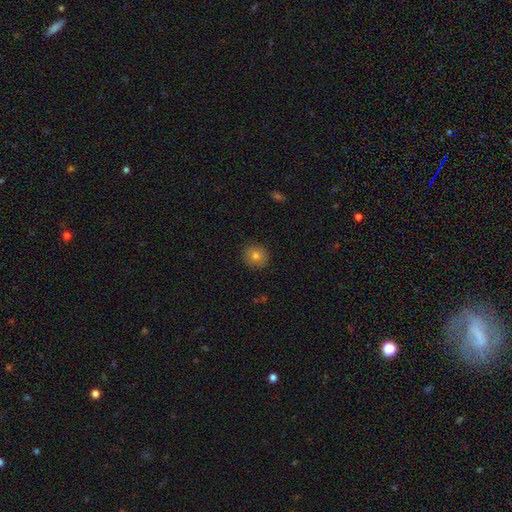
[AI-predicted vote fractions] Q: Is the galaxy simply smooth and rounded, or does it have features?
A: smooth — 79%.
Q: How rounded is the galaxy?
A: round — 87%.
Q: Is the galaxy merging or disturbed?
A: none — 89%.